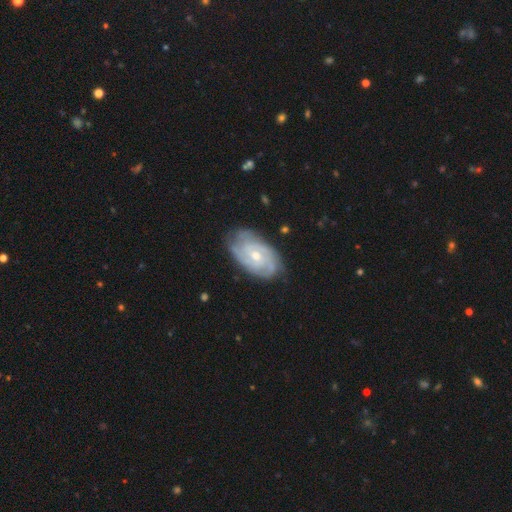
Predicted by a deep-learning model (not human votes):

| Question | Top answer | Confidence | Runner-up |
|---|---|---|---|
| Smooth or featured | featured or disk | 83% | smooth (11%) |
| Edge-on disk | no | 96% | yes (4%) |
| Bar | no | 65% | weak (30%) |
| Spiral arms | yes | 95% | no (5%) |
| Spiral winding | tight | 67% | medium (27%) |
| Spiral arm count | can't tell | 29% | 3 (27%) |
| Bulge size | moderate | 55% | small (41%) |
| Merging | none | 77% | minor disturbance (17%) |